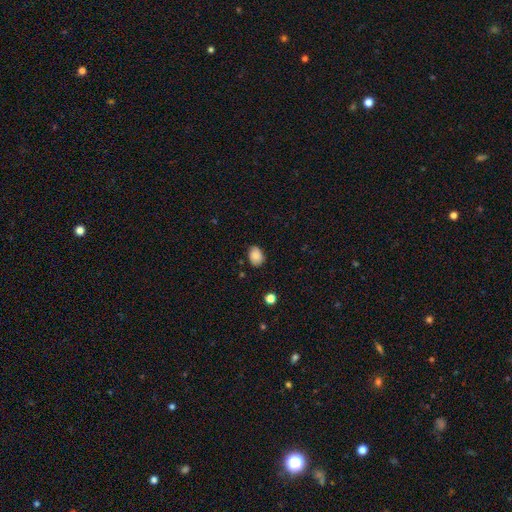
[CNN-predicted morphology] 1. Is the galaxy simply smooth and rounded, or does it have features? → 85% smooth, 9% star or artifact, 6% featured or disk.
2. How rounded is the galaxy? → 70% in between, 29% round, 1% cigar-shaped.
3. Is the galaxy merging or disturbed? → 81% none, 15% minor disturbance, 3% major disturbance, 1% merger.